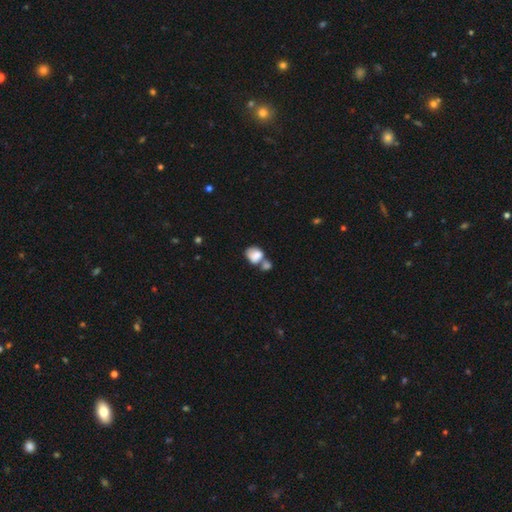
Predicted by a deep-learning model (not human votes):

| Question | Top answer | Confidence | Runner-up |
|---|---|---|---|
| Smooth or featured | smooth | 77% | featured or disk (15%) |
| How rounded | in between | 55% | round (44%) |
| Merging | merger | 56% | none (24%) |